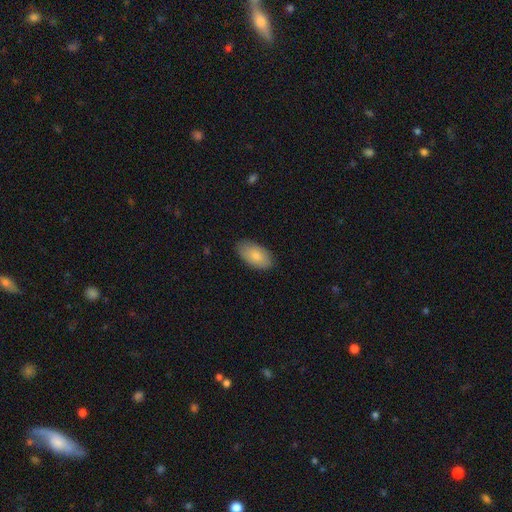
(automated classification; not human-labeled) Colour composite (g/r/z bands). It shows a smooth galaxy with no disk features (81%) that is in between round and cigar-shaped (94%). Merging: none (83%).